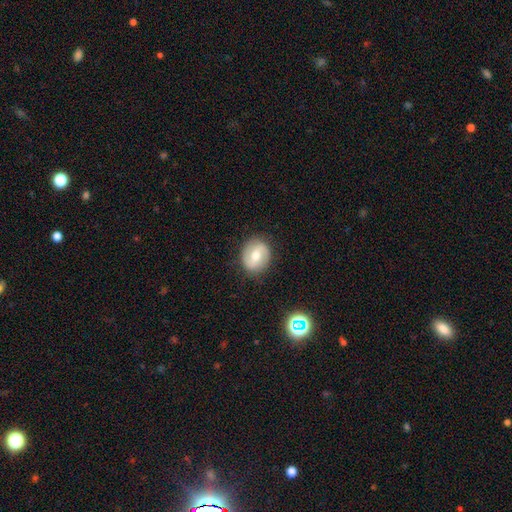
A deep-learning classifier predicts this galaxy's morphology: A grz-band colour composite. It shows a featured or disk galaxy (48%). Merging: none (84%).